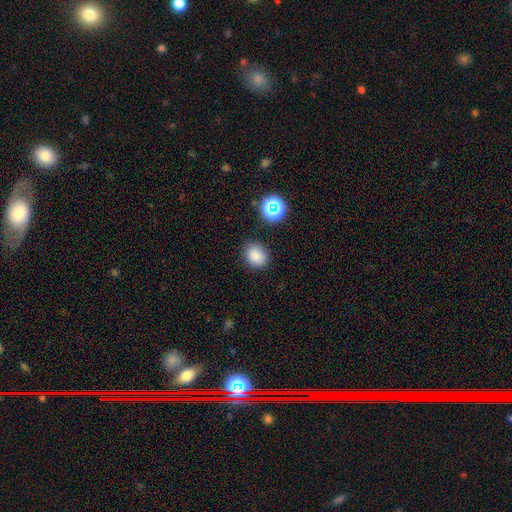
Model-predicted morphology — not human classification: A smooth galaxy with no disk features (82%) that is round (56%).

Vote fractions:
- Smooth or featured? smooth: 82% / star or artifact: 13% / featured or disk: 5%
- How rounded? round: 56% / in between: 43% / cigar-shaped: 1%
- Merging? none: 83% / minor disturbance: 11% / major disturbance: 3% / merger: 3%